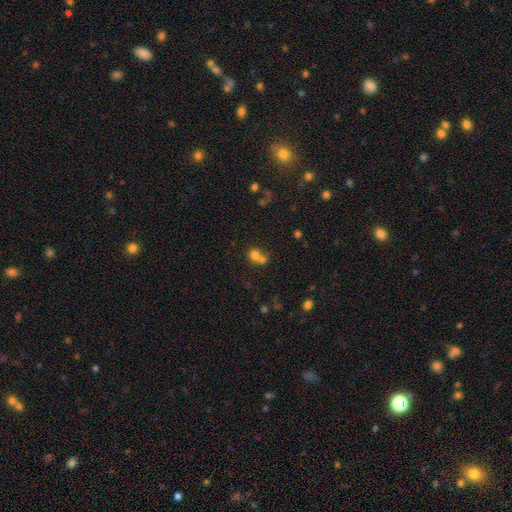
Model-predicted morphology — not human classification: This is likely a smooth galaxy (72%). How rounded: likely round (80%). Merging: possibly merger (56%).